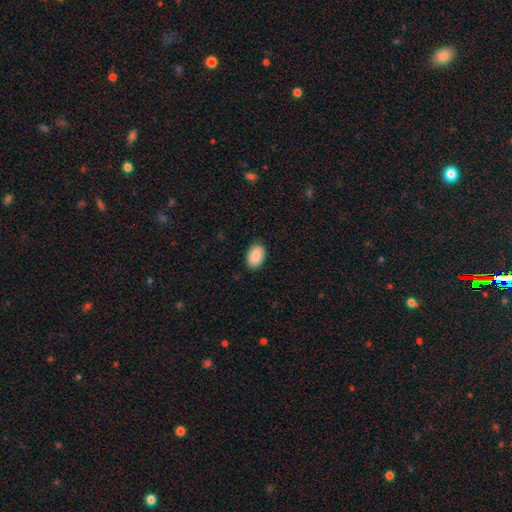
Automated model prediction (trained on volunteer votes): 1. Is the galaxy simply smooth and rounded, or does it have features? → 87% smooth, 7% star or artifact, 6% featured or disk.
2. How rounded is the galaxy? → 87% in between, 11% round, 1% cigar-shaped.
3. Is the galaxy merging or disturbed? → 88% none, 9% minor disturbance, 2% major disturbance, 1% merger.